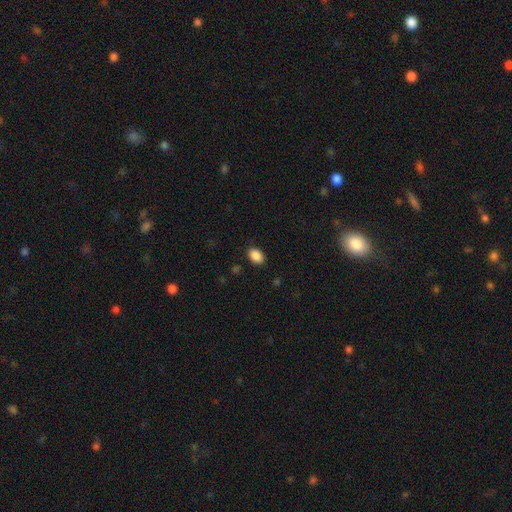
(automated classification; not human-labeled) This appears to be a smooth galaxy with no disk features (89%) that is in between round and cigar-shaped (85%). Merging: none (88%).